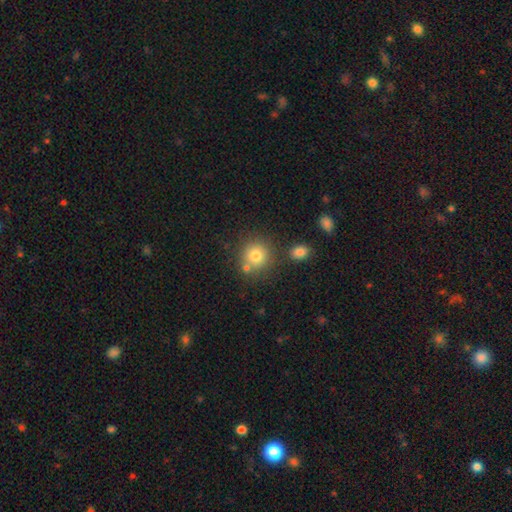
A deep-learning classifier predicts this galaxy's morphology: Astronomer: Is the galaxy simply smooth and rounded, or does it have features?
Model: smooth — 79%.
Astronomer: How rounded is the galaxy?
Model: round — 90%.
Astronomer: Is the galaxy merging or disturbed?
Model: none — 73%.